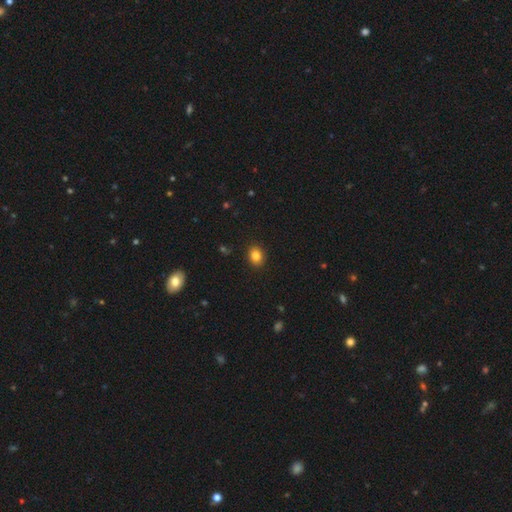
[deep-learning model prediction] smooth 84%, star or artifact 11%, featured or disk 5%. Down the decision tree: how rounded — in between (51%); merging — none (90%).